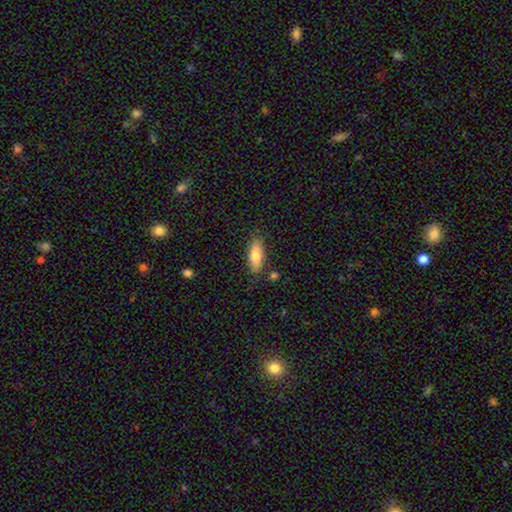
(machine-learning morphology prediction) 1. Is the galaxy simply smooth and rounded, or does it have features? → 76% smooth, 17% featured or disk, 6% star or artifact.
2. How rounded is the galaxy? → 71% in between, 27% cigar-shaped, 2% round.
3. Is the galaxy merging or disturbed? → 81% none, 13% minor disturbance, 3% merger, 3% major disturbance.